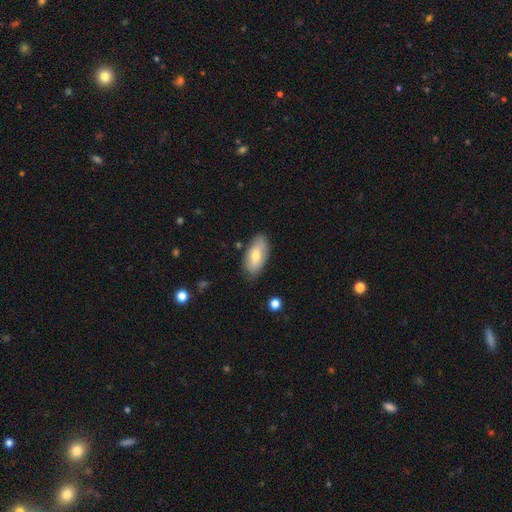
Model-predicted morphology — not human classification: smooth 74%, featured or disk 20%, star or artifact 6%. Down the decision tree: how rounded — in between (91%); merging — none (78%).